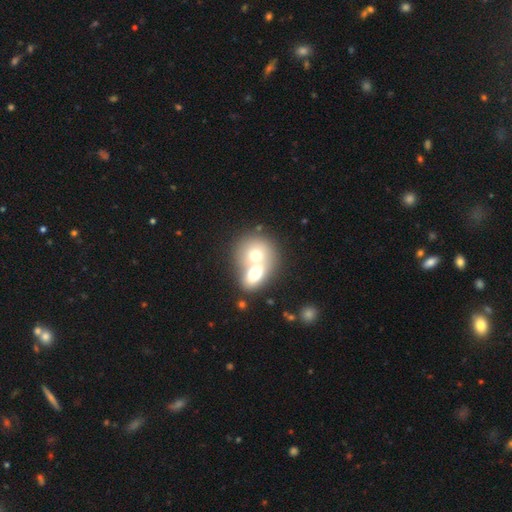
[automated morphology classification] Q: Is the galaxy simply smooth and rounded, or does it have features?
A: smooth — 65%.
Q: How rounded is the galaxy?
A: round — 65%.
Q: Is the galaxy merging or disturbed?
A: merger — 71%.